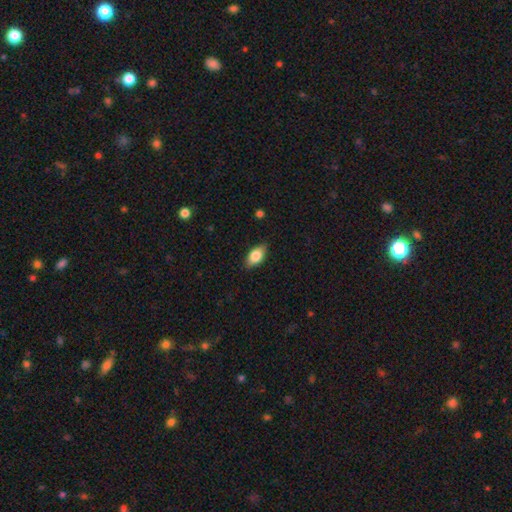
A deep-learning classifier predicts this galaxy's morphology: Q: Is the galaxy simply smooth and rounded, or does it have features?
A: smooth — 77%.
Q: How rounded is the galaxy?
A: in between — 89%.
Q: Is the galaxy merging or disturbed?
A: none — 85%.